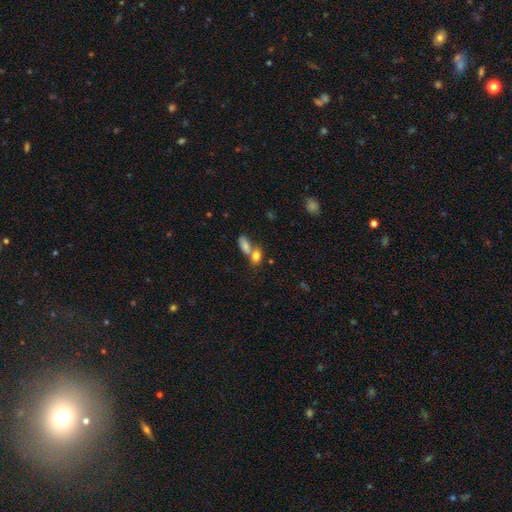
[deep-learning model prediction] The model was most divided on "merging": merger: 56%, none: 31%, minor disturbance: 8%, major disturbance: 4%. More confident: how rounded — in between (78%); smooth or featured — smooth (77%).